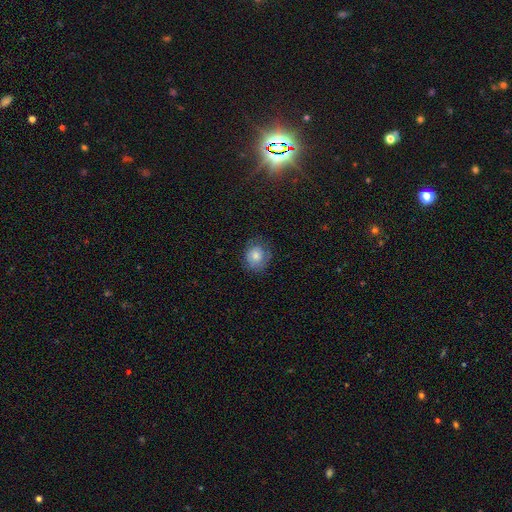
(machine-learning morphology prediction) smooth 71%, featured or disk 19%, star or artifact 10%. Down the decision tree: how rounded — round (71%); merging — none (70%).